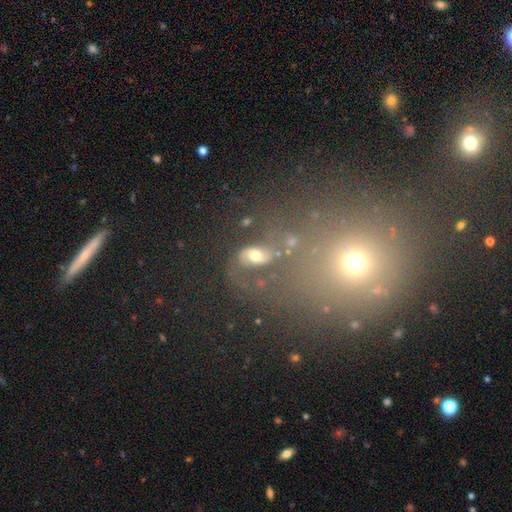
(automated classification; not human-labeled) A featured or disk galaxy (44%).

Vote fractions:
- Smooth or featured? featured or disk: 44% / smooth: 40% / star or artifact: 16%
- Merging? none: 46% / major disturbance: 21% / minor disturbance: 19% / merger: 14%